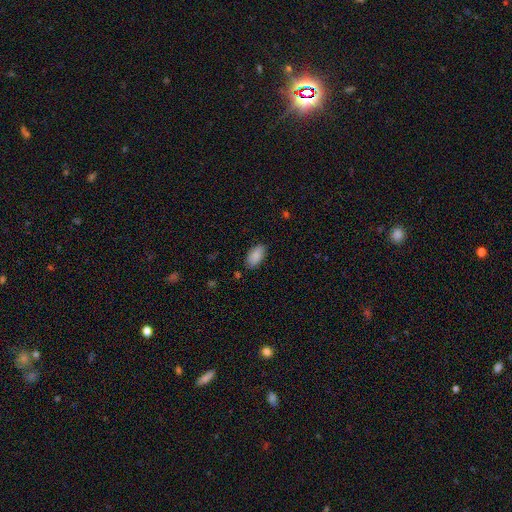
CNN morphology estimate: Smooth or featured?
  - smooth: 88% *
  - star or artifact: 7%
  - featured or disk: 6%
How rounded?
  - in between: 94% *
  - cigar-shaped: 3%
  - round: 3%
Merging?
  - none: 84% *
  - minor disturbance: 12%
  - major disturbance: 2%
  - merger: 1%